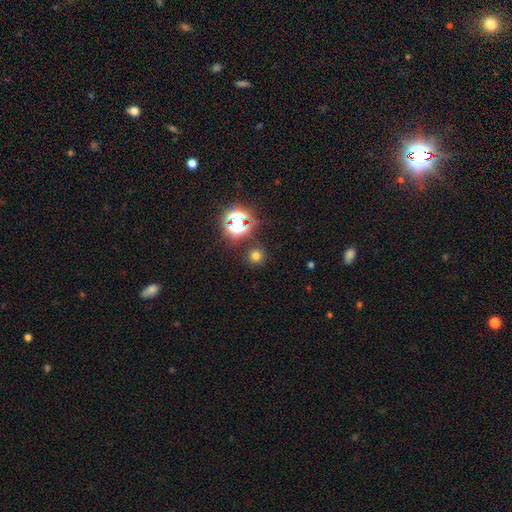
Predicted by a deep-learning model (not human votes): smooth_or_featured: smooth (p=0.68) [alt: star or artifact p=0.26]
how_rounded: round (p=0.93) [alt: in between p=0.06]
merging: none (p=0.87) [alt: minor disturbance p=0.07]